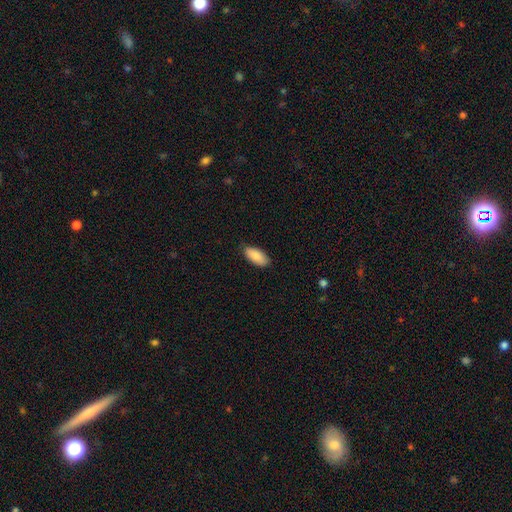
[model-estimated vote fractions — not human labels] Smooth or featured? smooth (88%)
How rounded? in between (92%)
Merging? none (83%)